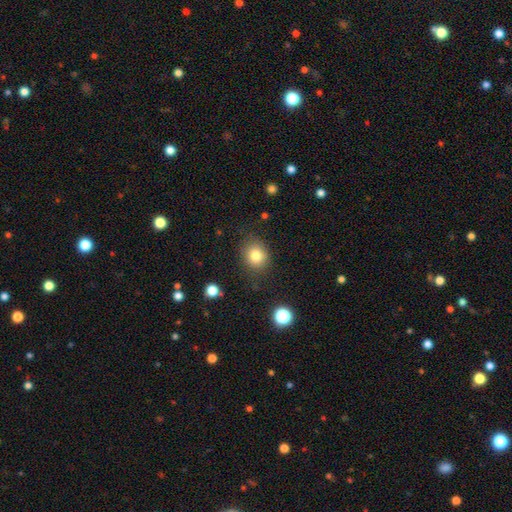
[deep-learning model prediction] smooth-or-featured: smooth: 81% | star or artifact: 11% | featured or disk: 8%
  how-rounded: round: 68% | in between: 31% | cigar-shaped: 1%
  merging: none: 81% | minor disturbance: 13% | major disturbance: 4% | merger: 2%